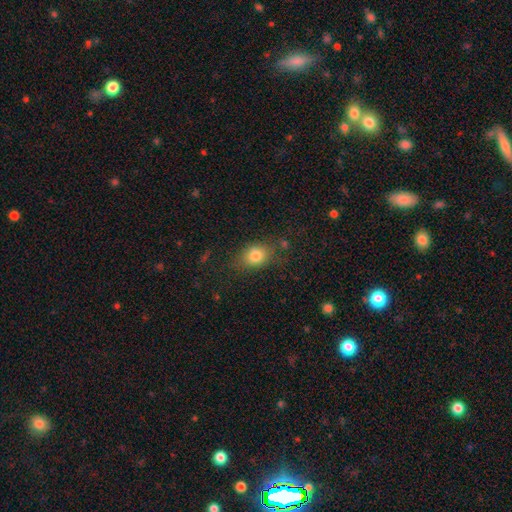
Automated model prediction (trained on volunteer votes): Smooth or featured? smooth (79%)
How rounded? in between (59%)
Merging? none (71%)